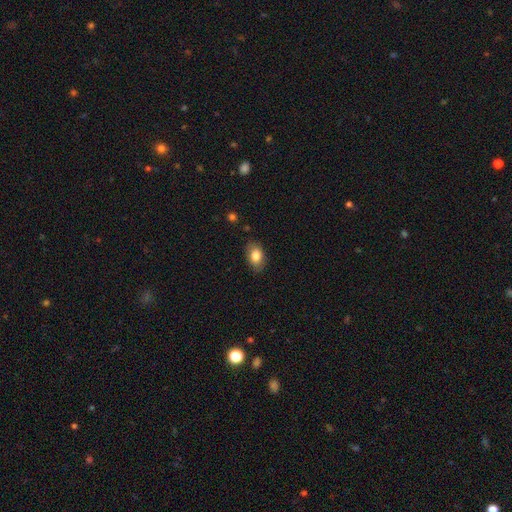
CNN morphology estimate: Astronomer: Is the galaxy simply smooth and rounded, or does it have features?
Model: smooth — 82%.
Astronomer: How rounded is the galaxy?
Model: in between — 87%.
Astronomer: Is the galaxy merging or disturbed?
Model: none — 82%.